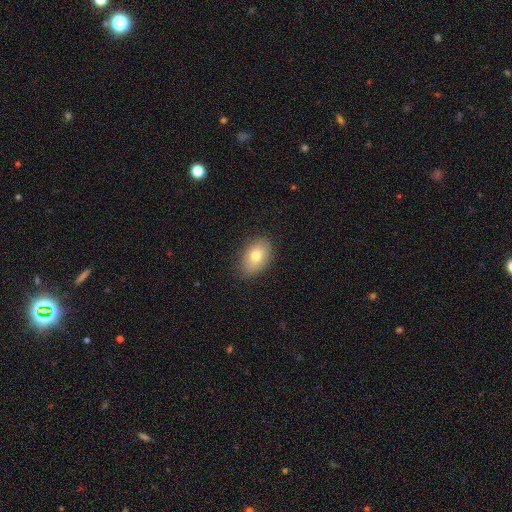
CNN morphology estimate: Smooth or featured: smooth — 76% (featured or disk — 15%)
How rounded: in between — 83% (round — 16%)
Merging: none — 84% (minor disturbance — 12%)